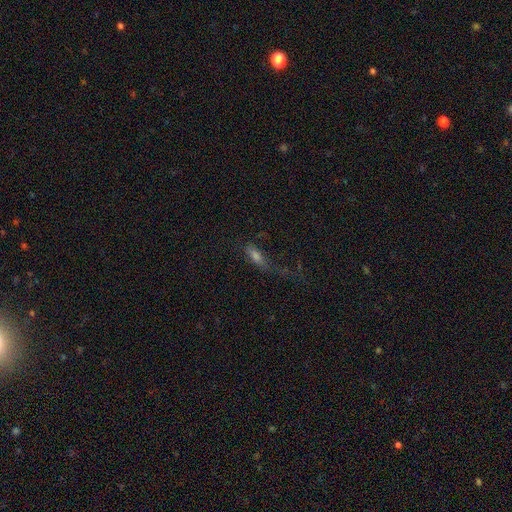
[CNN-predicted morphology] smooth-or-featured: smooth: 55% | featured or disk: 26% | star or artifact: 18%
  how-rounded: in between: 49% | cigar-shaped: 46% | round: 5%
  merging: major disturbance: 39% | none: 35% | minor disturbance: 20% | merger: 5%